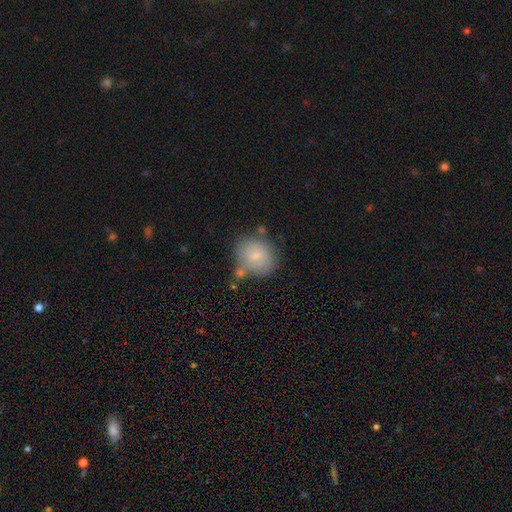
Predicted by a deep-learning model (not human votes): Smooth or featured? smooth (70%)
How rounded? round (74%)
Merging? none (60%)